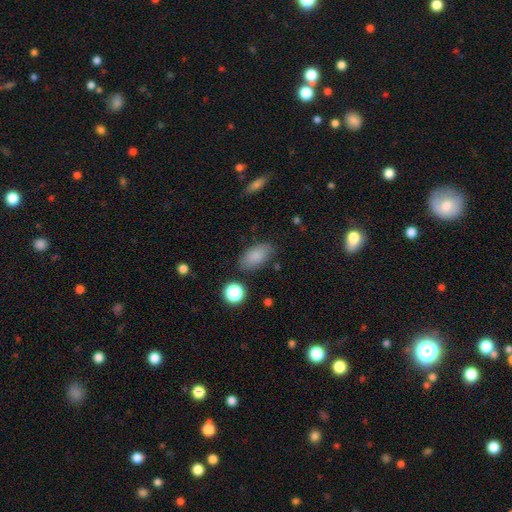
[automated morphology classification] Overall: smooth (84%). How rounded: in between (92%). Merging: none (80%).